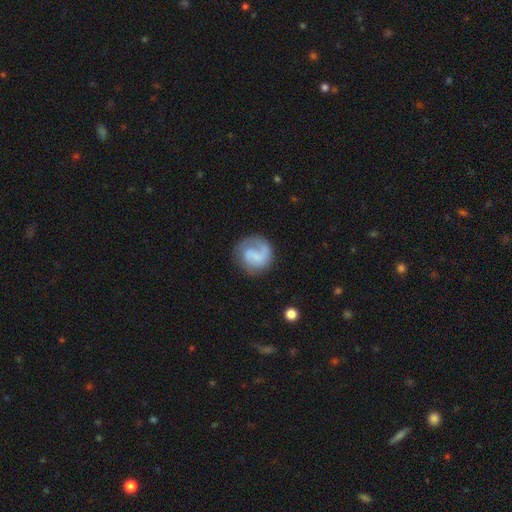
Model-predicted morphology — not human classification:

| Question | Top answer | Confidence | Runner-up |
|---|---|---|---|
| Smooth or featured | featured or disk | 56% | smooth (37%) |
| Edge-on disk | no | 98% | yes (2%) |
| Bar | no | 45% | weak (42%) |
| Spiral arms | yes | 84% | no (16%) |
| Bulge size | none | 53% | small (28%) |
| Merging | none | 65% | minor disturbance (18%) |